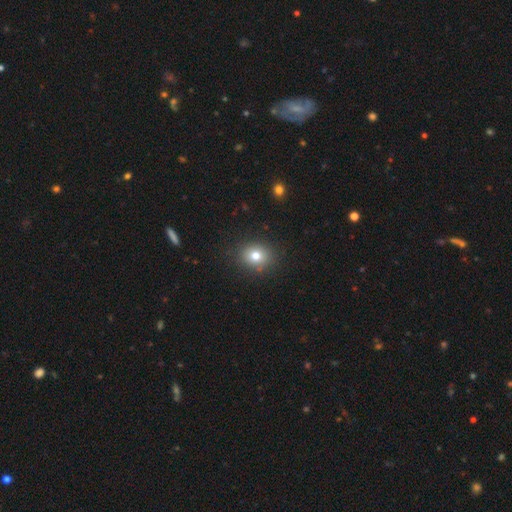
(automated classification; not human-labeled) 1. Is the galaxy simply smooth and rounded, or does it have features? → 77% smooth, 13% star or artifact, 10% featured or disk.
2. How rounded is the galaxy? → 66% round, 33% in between, 1% cigar-shaped.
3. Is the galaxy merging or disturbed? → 87% none, 9% minor disturbance, 3% major disturbance, 1% merger.